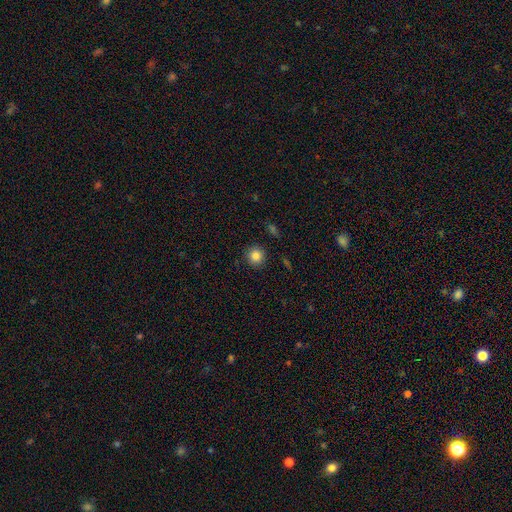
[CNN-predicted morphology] Smooth or featured: smooth — 84% (star or artifact — 11%)
How rounded: round — 92% (in between — 7%)
Merging: none — 89% (minor disturbance — 7%)